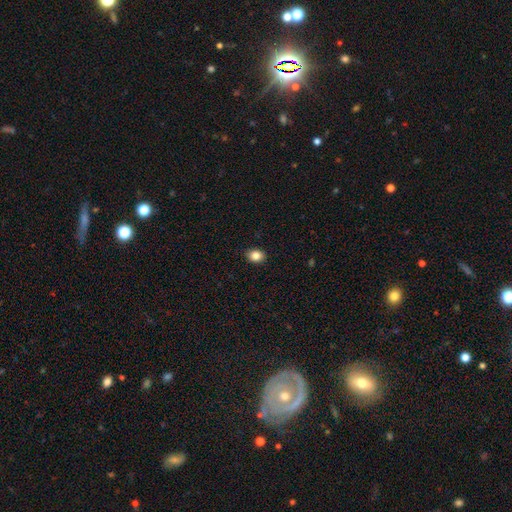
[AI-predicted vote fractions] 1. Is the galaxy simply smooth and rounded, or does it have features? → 85% smooth, 9% star or artifact, 6% featured or disk.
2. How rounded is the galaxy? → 64% in between, 35% round, 1% cigar-shaped.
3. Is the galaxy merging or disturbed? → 90% none, 8% minor disturbance, 2% major disturbance, 1% merger.